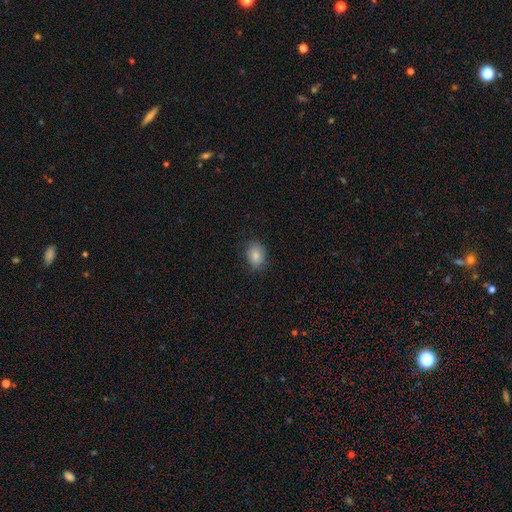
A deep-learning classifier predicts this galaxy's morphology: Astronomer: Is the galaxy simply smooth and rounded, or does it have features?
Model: smooth — 85%.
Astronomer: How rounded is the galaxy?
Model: in between — 69%.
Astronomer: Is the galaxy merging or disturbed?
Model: none — 81%.